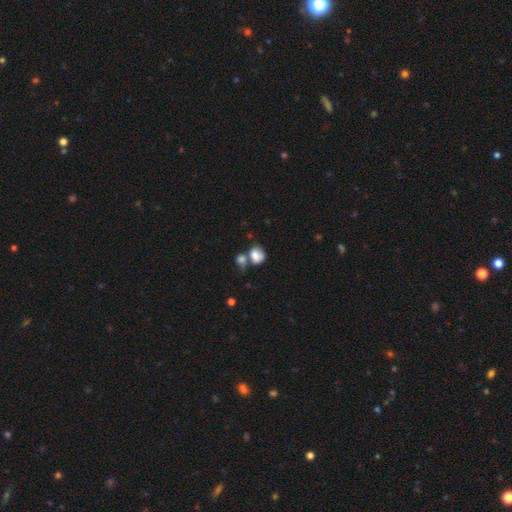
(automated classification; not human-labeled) Smooth or featured? smooth (81%)
How rounded? round (54%)
Merging? merger (46%)